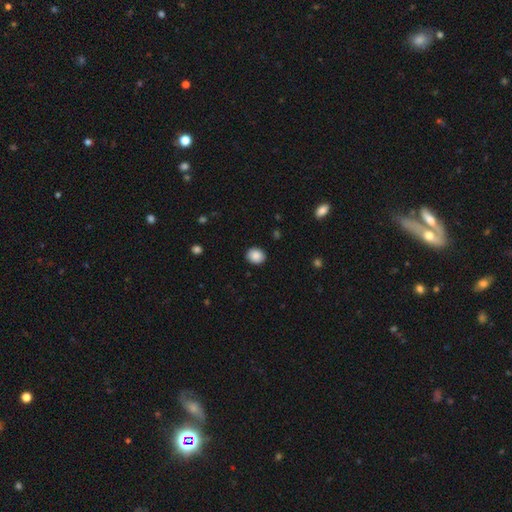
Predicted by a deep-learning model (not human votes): This is clearly a smooth galaxy (89%). How rounded: likely round (68%). Merging: clearly none (90%).